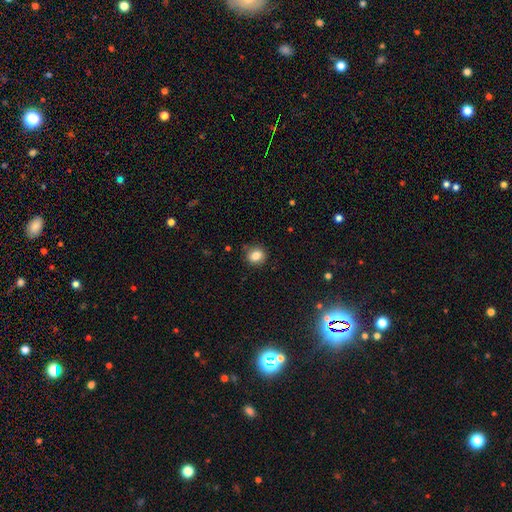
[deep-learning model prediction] The model was most divided on "how rounded": round: 76%, in between: 23%, cigar-shaped: 1%. More confident: merging — none (82%); smooth or featured — smooth (82%).